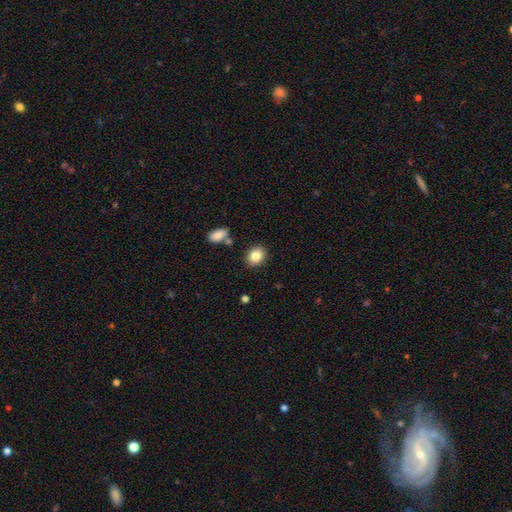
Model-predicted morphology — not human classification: Q: Smooth or featured?
A: smooth (84%); runner-up: star or artifact (9%)
Q: How rounded?
A: in between (55%); runner-up: round (44%)
Q: Merging?
A: none (85%); runner-up: minor disturbance (9%)